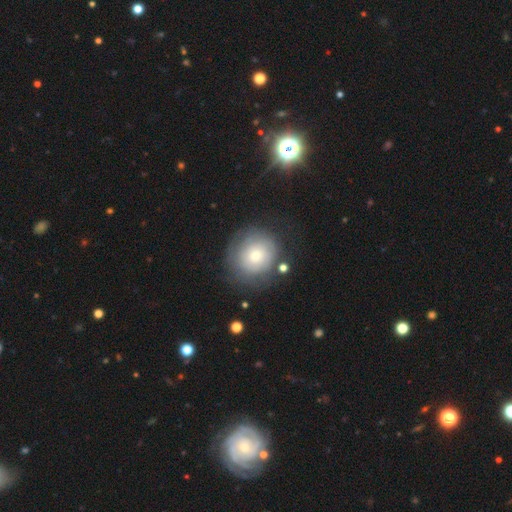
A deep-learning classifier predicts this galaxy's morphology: The model was most divided on "smooth or featured": smooth: 57%, featured or disk: 35%, star or artifact: 8%. More confident: how rounded — round (87%); merging — none (70%).